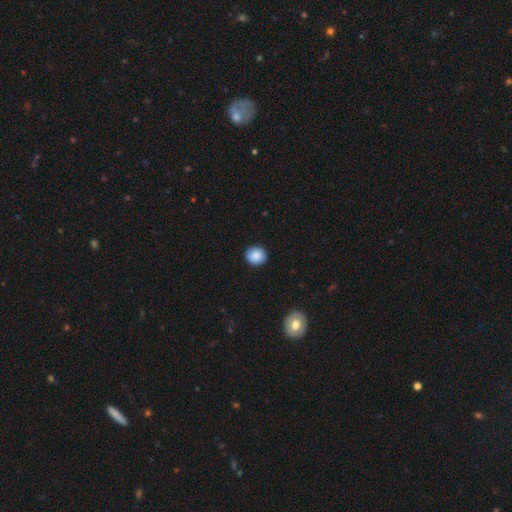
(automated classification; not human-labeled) smooth 88%, star or artifact 8%, featured or disk 4%. Down the decision tree: how rounded — round (78%); merging — none (91%).